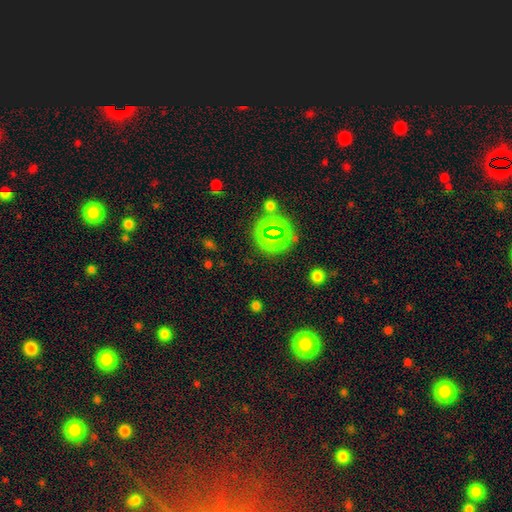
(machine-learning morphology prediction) Smooth or featured?
  - star or artifact: 61% *
  - smooth: 22%
  - featured or disk: 18%